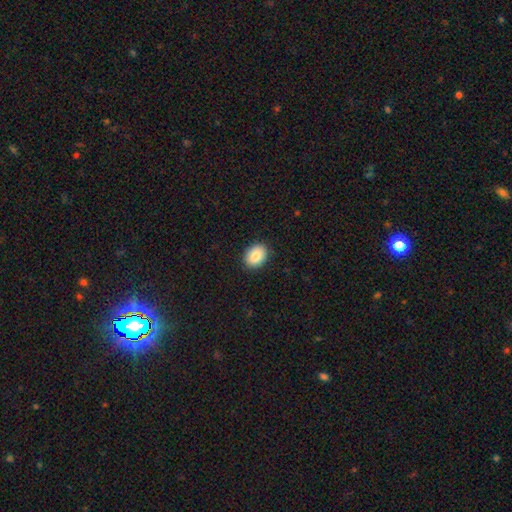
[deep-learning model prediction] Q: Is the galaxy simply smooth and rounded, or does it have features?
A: smooth — 87%.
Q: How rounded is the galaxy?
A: in between — 62%.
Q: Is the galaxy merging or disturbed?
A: none — 90%.